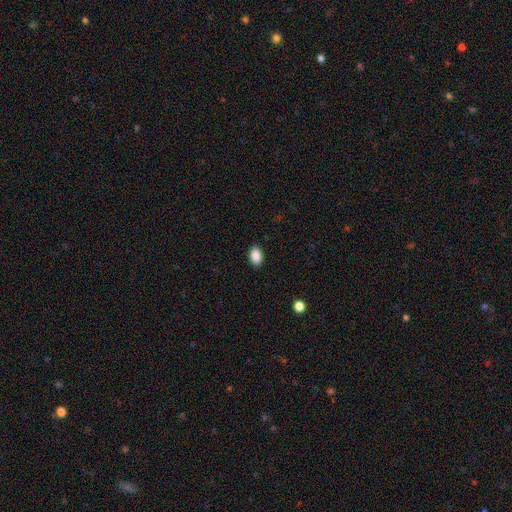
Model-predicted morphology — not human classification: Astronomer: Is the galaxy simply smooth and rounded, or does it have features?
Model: smooth — 89%.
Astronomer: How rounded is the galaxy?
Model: in between — 87%.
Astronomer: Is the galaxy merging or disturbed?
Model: none — 90%.